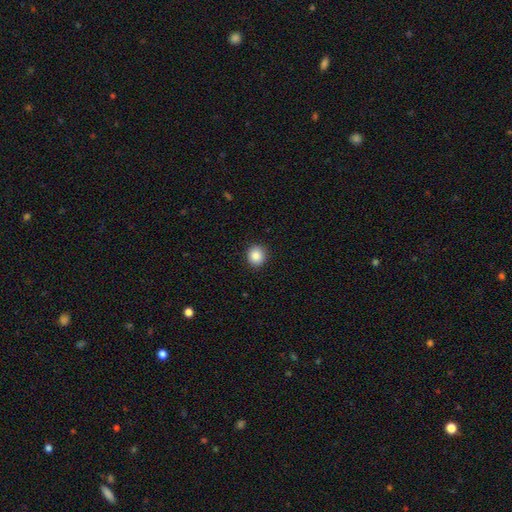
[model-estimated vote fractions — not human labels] A smooth galaxy with no disk features (86%) that is round (86%).

Vote fractions:
- Smooth or featured? smooth: 86% / star or artifact: 9% / featured or disk: 5%
- How rounded? round: 86% / in between: 13% / cigar-shaped: 1%
- Merging? none: 92% / minor disturbance: 5% / major disturbance: 2% / merger: 1%